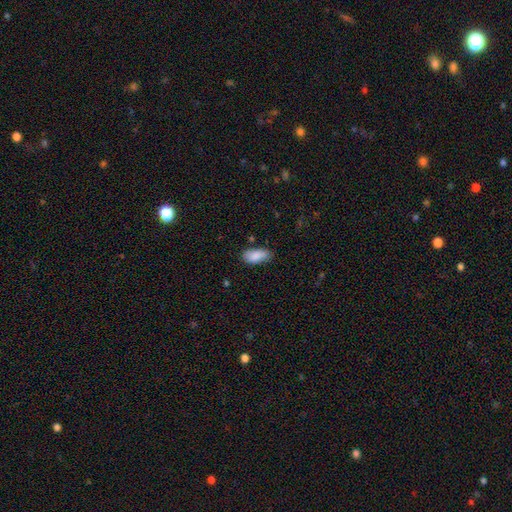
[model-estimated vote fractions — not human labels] Smooth or featured? smooth (86%)
How rounded? in between (91%)
Merging? none (70%)